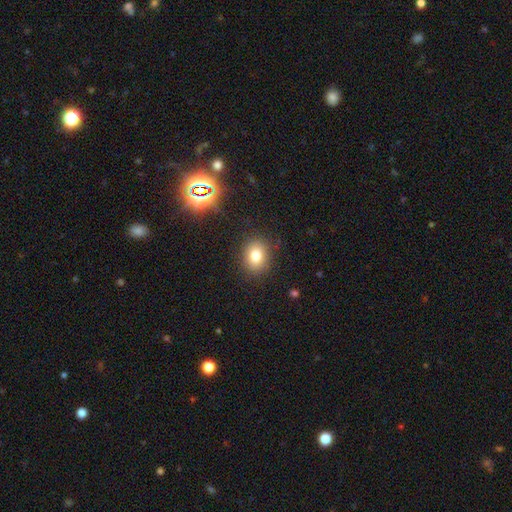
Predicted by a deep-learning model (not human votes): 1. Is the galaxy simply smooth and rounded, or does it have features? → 79% smooth, 13% star or artifact, 9% featured or disk.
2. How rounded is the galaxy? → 51% in between, 48% round, 1% cigar-shaped.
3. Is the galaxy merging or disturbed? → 86% none, 9% minor disturbance, 3% major disturbance, 2% merger.